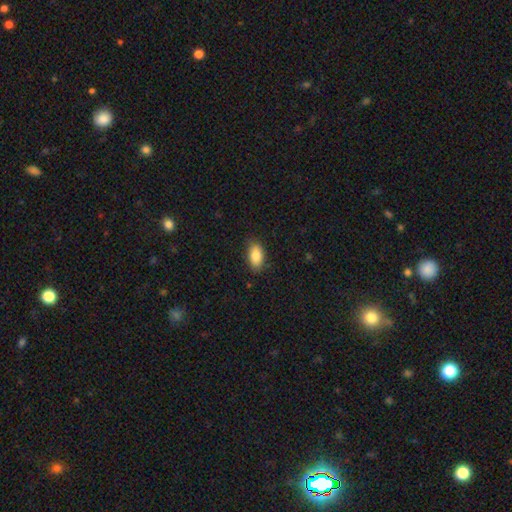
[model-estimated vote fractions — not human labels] This appears to be a smooth galaxy with no disk features (85%) that is in between round and cigar-shaped (90%). Merging: none (83%).